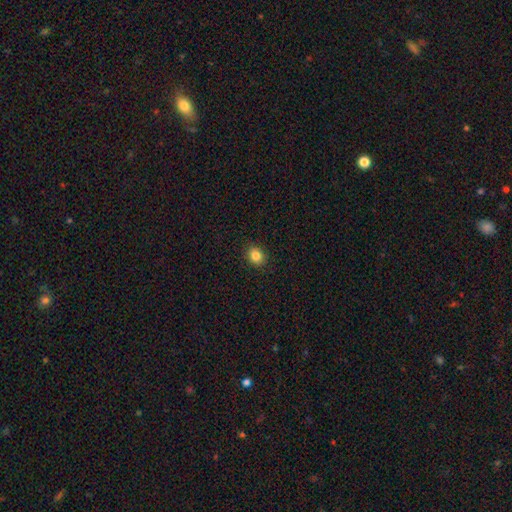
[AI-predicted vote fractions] Smooth or featured? Predicted: smooth (p=0.84). How rounded? Predicted: round (p=0.64). Merging? Predicted: none (p=0.90).